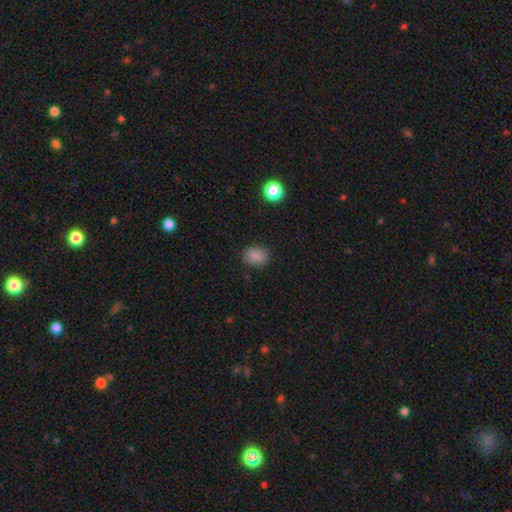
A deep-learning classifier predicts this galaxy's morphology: The model was most divided on "how rounded": in between: 57%, round: 42%, cigar-shaped: 1%. More confident: smooth or featured — smooth (86%); merging — none (85%).